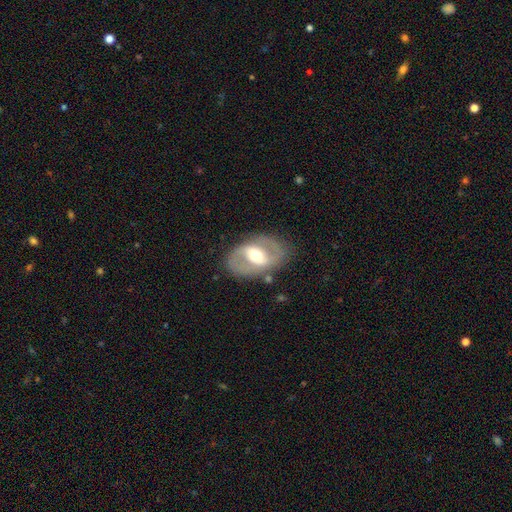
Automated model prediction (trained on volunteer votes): This is likely a featured or disk galaxy (78%). It is clearly not viewed edge-on (95%). Bar: marginally weak (40%, tied with strong). Spiral arm pattern: likely yes (74%). Spiral arm count: clearly 2 (88%). Spiral winding: possibly medium (51%). Central bulge: likely moderate (68%). Merging: likely none (80%).